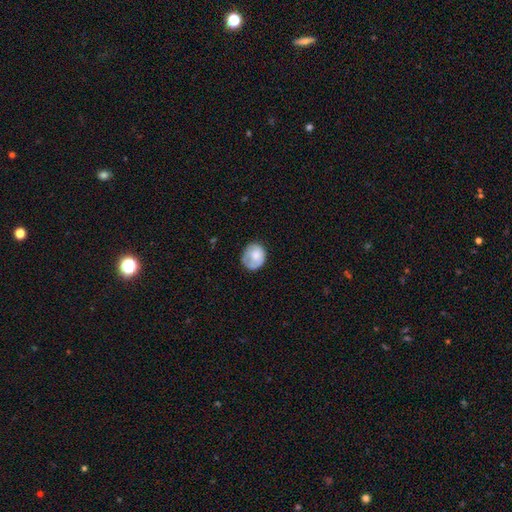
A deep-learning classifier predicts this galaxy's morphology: The model was most divided on "merging": none: 61%, minor disturbance: 27%, major disturbance: 10%, merger: 2%. More confident: smooth or featured — smooth (70%); how rounded — round (70%).